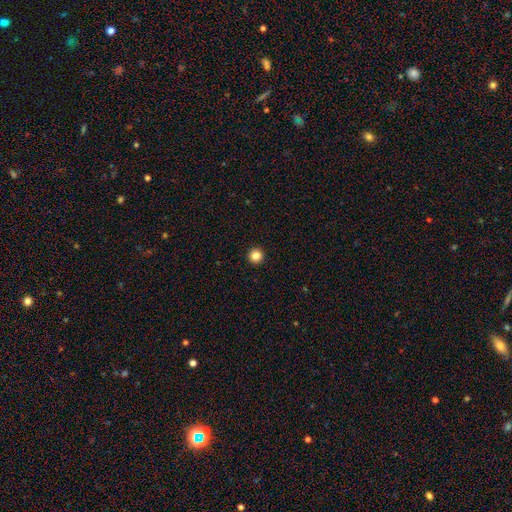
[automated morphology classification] Q: Smooth or featured?
A: smooth (85%); runner-up: star or artifact (11%)
Q: How rounded?
A: round (96%); runner-up: in between (3%)
Q: Merging?
A: none (94%); runner-up: minor disturbance (3%)